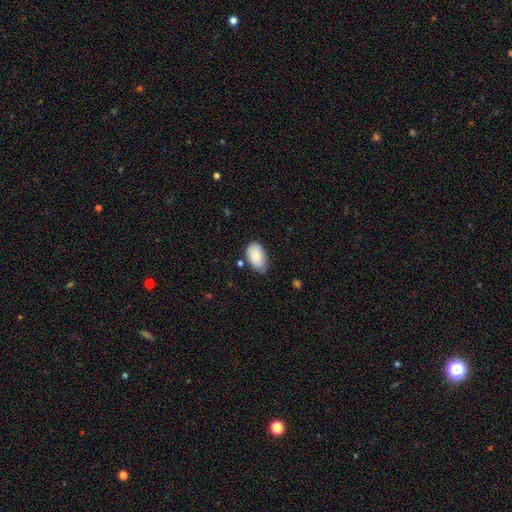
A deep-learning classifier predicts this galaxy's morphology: Smooth or featured? smooth (86%)
How rounded? in between (95%)
Merging? none (62%)